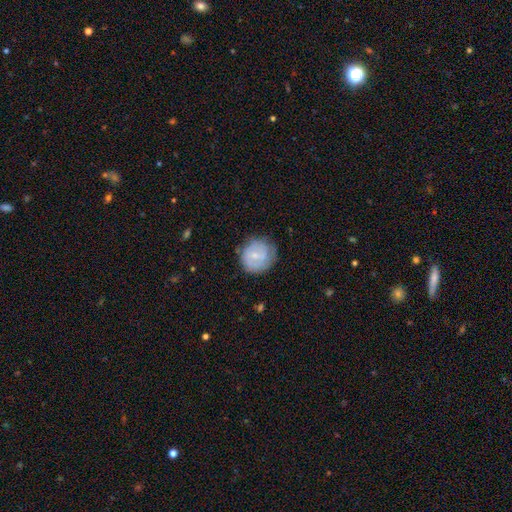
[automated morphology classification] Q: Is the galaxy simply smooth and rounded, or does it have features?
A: smooth — 53%.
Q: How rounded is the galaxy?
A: round — 90%.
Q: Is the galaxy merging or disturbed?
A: none — 70%.